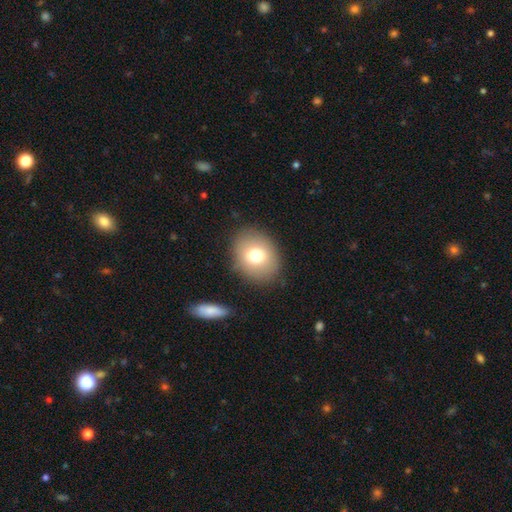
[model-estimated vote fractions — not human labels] smooth_or_featured: smooth (p=0.74) [alt: featured or disk p=0.16]
how_rounded: round (p=0.52) [alt: in between p=0.47]
merging: none (p=0.85) [alt: minor disturbance p=0.10]